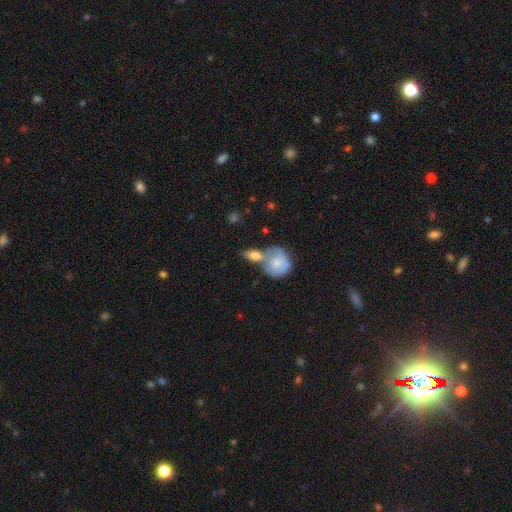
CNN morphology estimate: Smooth or featured: smooth — 71% (featured or disk — 21%)
How rounded: in between — 63% (round — 30%)
Merging: merger — 49% (none — 34%)